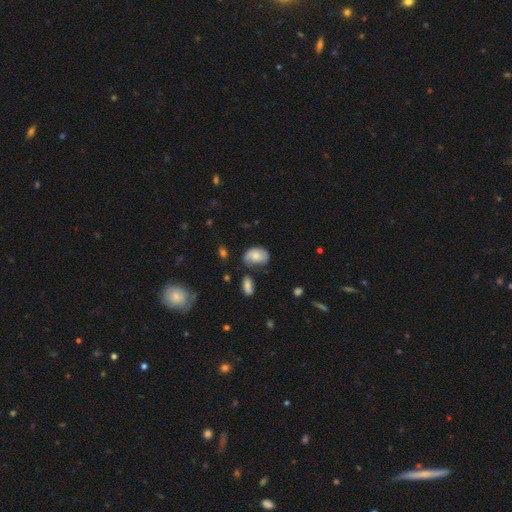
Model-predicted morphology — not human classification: Smooth or featured? smooth (60%)
How rounded? in between (81%)
Merging? none (48%)